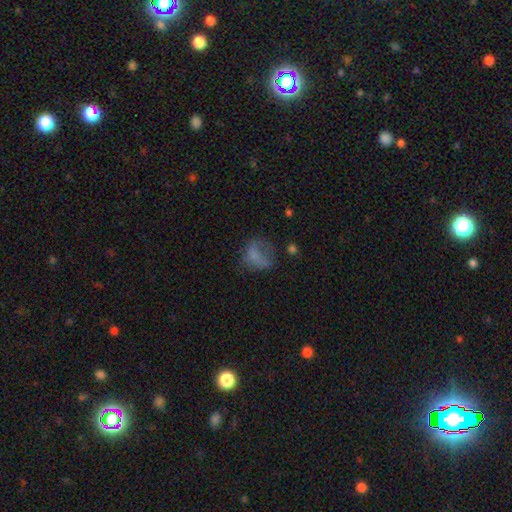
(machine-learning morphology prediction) Smooth or featured? smooth (62%)
How rounded? in between (51%)
Merging? major disturbance (36%, tied with none)